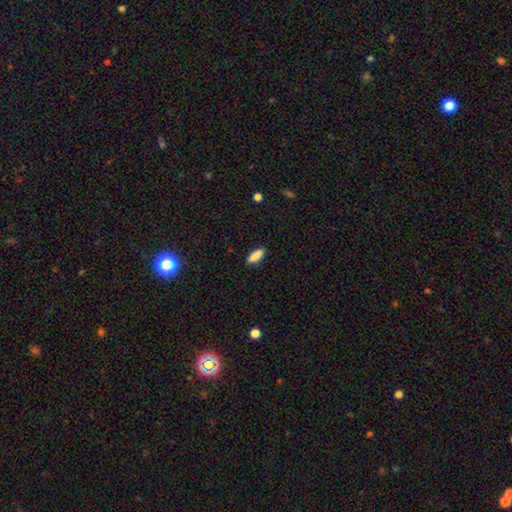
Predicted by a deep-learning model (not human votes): smooth 89%, star or artifact 7%, featured or disk 5%. Down the decision tree: how rounded — in between (73%); merging — none (89%).